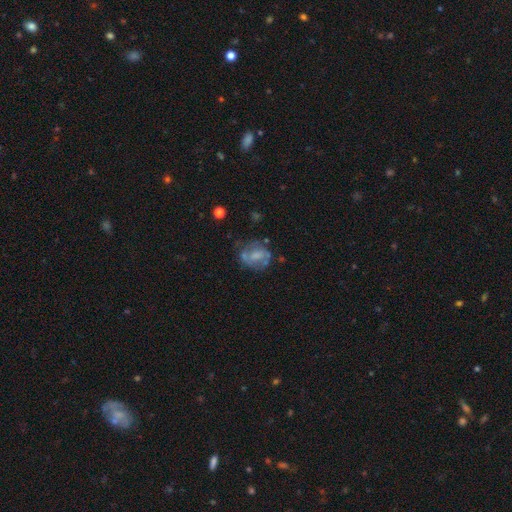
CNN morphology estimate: smooth_or_featured: featured or disk (p=0.55) [alt: smooth p=0.35]
disk_edge_on: no (p=0.97) [alt: yes p=0.03]
bar: no (p=0.56) [alt: weak p=0.34]
has_spiral_arms: no (p=0.51) [alt: yes p=0.49]
bulge_size: moderate (p=0.34) [alt: none p=0.29]
merging: none (p=0.51) [alt: minor disturbance p=0.24]